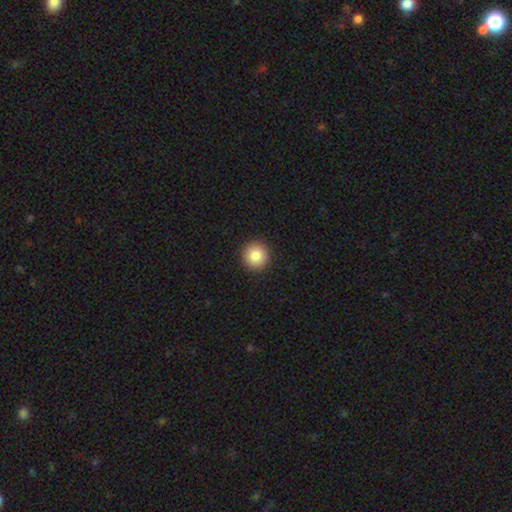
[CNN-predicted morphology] Overall: smooth (84%). How rounded: round (95%). Merging: none (93%).